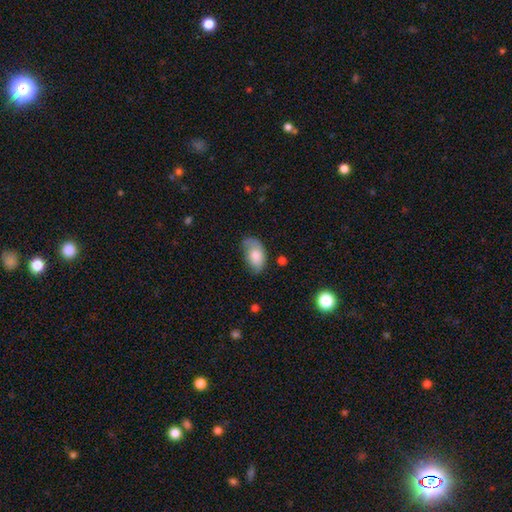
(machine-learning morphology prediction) The model was most divided on "merging": none: 47%, minor disturbance: 35%, major disturbance: 15%, merger: 3%. More confident: how rounded — in between (93%); smooth or featured — smooth (78%).